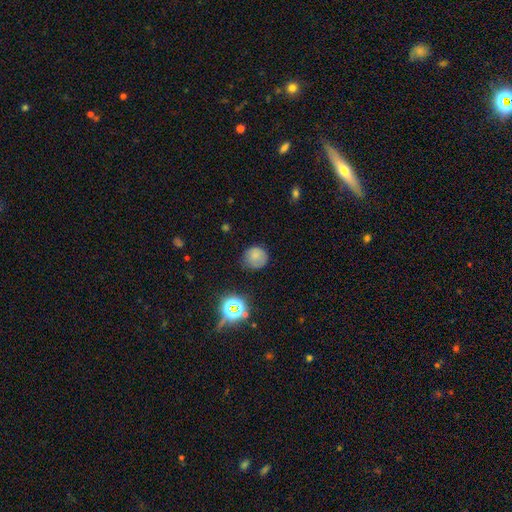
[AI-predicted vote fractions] smooth_or_featured: smooth (p=0.74) [alt: star or artifact p=0.16]
how_rounded: round (p=0.86) [alt: in between p=0.13]
merging: none (p=0.71) [alt: minor disturbance p=0.21]